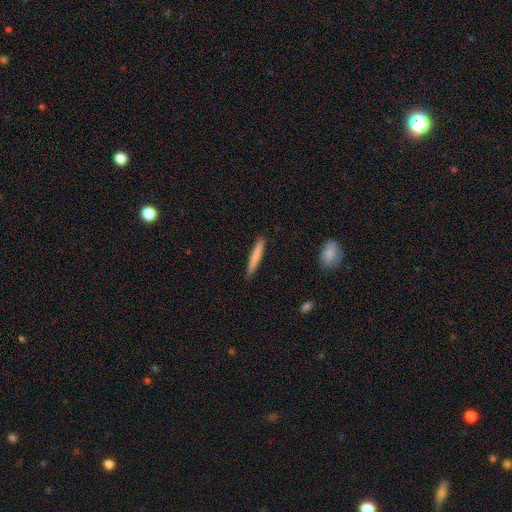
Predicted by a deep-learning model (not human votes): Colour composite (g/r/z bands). It shows a smooth galaxy with no disk features (76%) that is cigar-shaped (95%). Merging: none (89%).